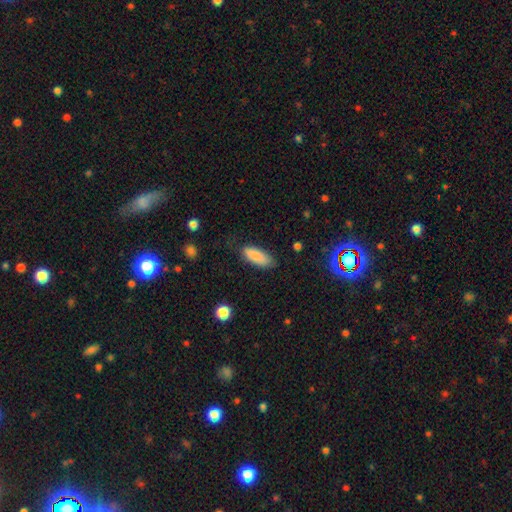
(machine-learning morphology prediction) The model was most divided on "how rounded": in between: 75%, cigar-shaped: 23%, round: 2%. More confident: smooth or featured — smooth (86%); merging — none (77%).